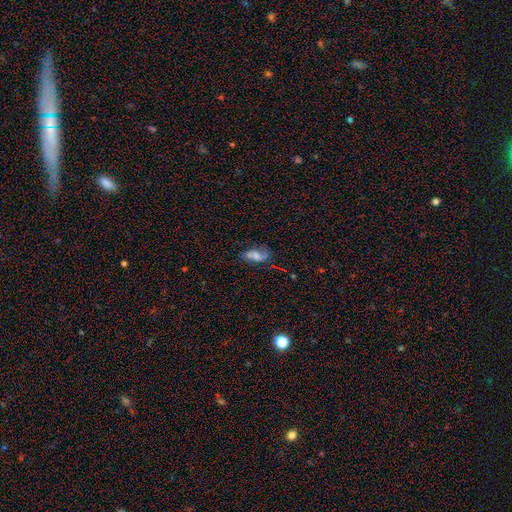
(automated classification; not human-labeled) Smooth or featured? smooth (51%)
How rounded? in between (86%)
Merging? none (59%)